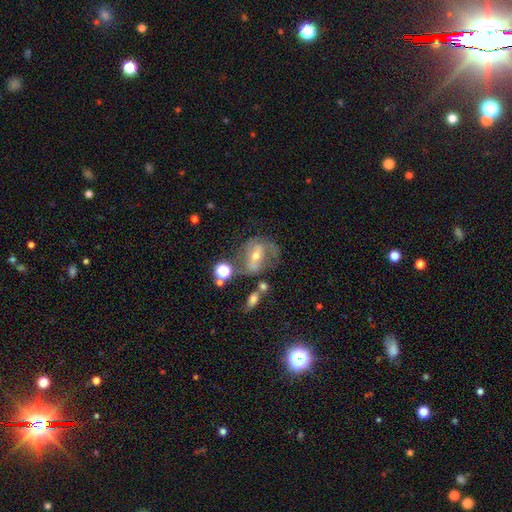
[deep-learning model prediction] Smooth or featured?
  - featured or disk: 70% *
  - smooth: 19%
  - star or artifact: 11%
Edge-on disk?
  - no: 94% *
  - yes: 6%
Bar?
  - strong: 42% *
  - weak: 34%
  - no: 24%
Spiral arms?
  - yes: 77% *
  - no: 23%
Spiral winding?
  - medium: 45% *
  - loose: 28%
  - tight: 27%
Spiral arm count?
  - 2: 67% *
  - can't tell: 18%
  - 1: 8%
  - 3: 5%
  - 4: 1%
  - more than 4: 1%
Bulge size?
  - moderate: 55% *
  - small: 40%
  - large: 3%
  - none: 1%
  - dominant: 1%
Merging?
  - none: 44% *
  - major disturbance: 23%
  - minor disturbance: 19%
  - merger: 14%